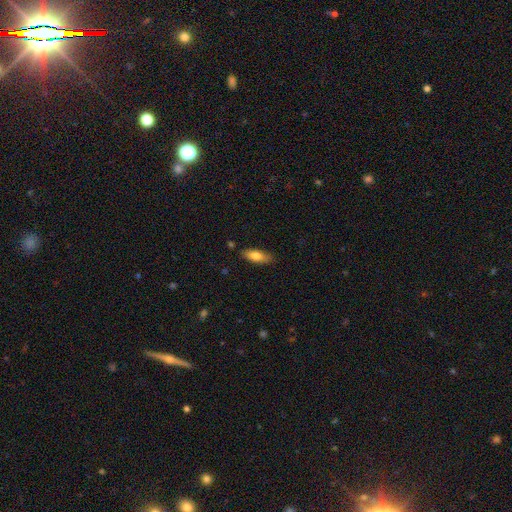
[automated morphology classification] Smooth or featured: smooth — 78% (featured or disk — 16%)
How rounded: in between — 71% (cigar-shaped — 27%)
Merging: none — 83% (minor disturbance — 13%)